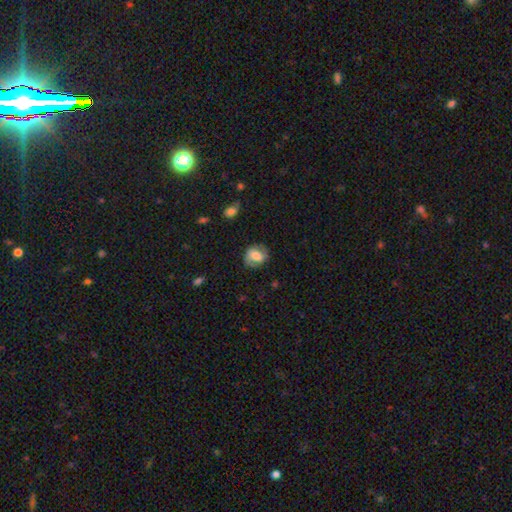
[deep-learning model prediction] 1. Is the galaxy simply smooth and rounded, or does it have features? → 59% smooth, 33% featured or disk, 8% star or artifact.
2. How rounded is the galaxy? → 54% round, 45% in between, 1% cigar-shaped.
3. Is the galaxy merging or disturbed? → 72% none, 18% minor disturbance, 8% major disturbance, 1% merger.